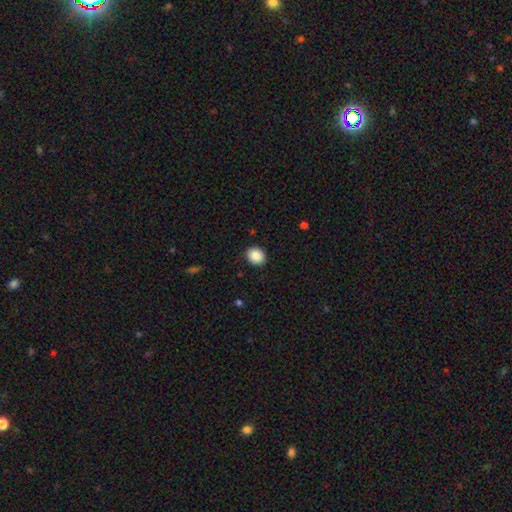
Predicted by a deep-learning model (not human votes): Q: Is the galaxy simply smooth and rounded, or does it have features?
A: smooth — 87%.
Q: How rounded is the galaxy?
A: round — 74%.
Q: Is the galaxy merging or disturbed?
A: none — 90%.